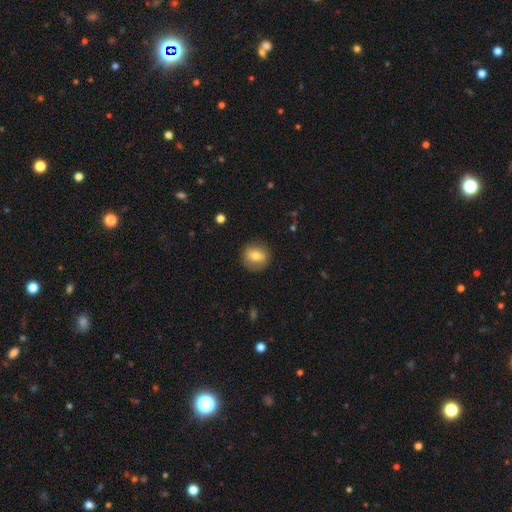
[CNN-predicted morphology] Smooth or featured?
  - smooth: 71% *
  - featured or disk: 20%
  - star or artifact: 9%
How rounded?
  - round: 84% *
  - in between: 15%
  - cigar-shaped: 1%
Merging?
  - none: 86% *
  - minor disturbance: 10%
  - major disturbance: 3%
  - merger: 1%